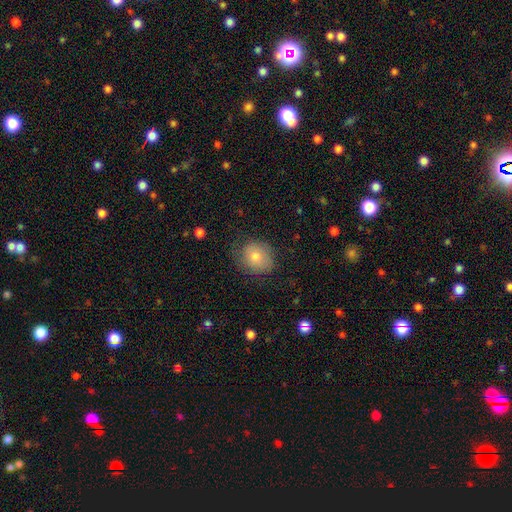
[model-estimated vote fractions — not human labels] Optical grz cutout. It shows a smooth galaxy with no disk features (73%) that is round (70%). Merging: none (73%).